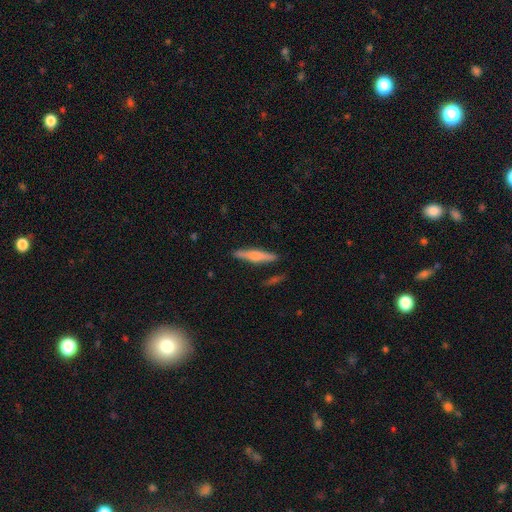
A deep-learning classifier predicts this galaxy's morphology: Smooth or featured? Predicted: smooth (p=0.50). Merging? Predicted: none (p=0.89).